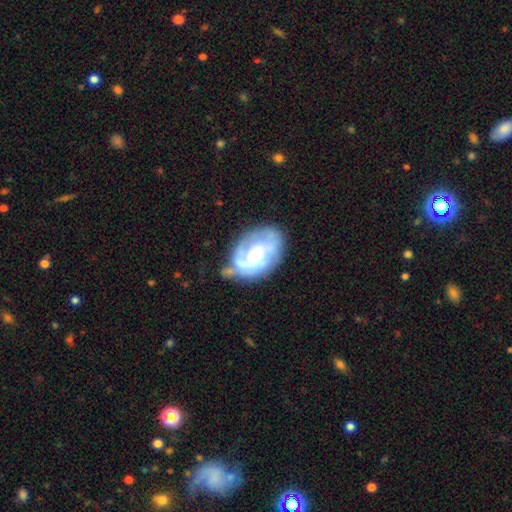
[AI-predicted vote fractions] Overall: featured or disk (68%). Edge-on disk: no (97%). Bar: no (63%; weak 30%). Spiral arms: yes (79%). Spiral arm count: 2 (38%; can't tell 31%). Spiral winding: tight (43%; medium 37%). Bulge size: moderate (54%; small 26%). Merging: none (51%; minor disturbance 30%).